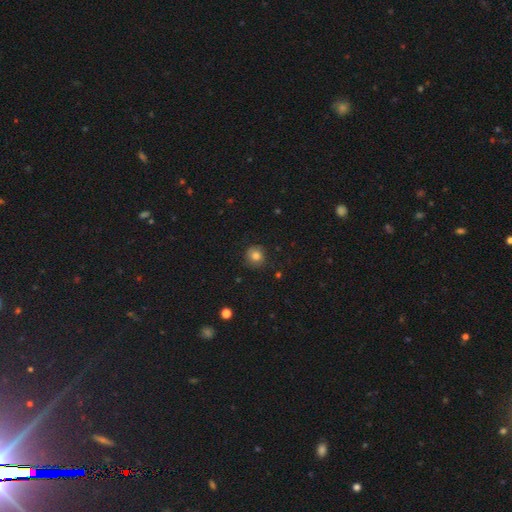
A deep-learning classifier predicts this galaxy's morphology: Q: Smooth or featured?
A: smooth (80%); runner-up: star or artifact (11%)
Q: How rounded?
A: round (88%); runner-up: in between (11%)
Q: Merging?
A: none (83%); runner-up: minor disturbance (13%)